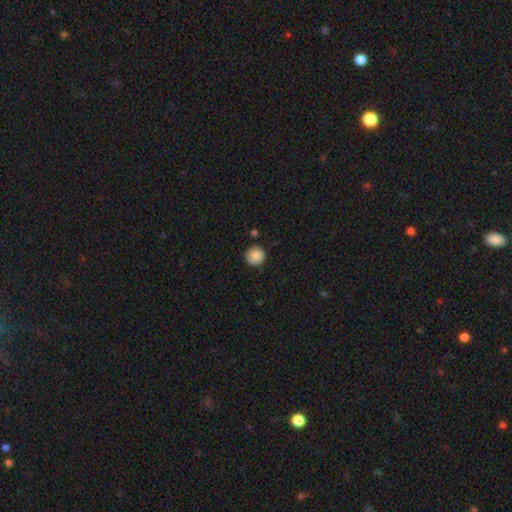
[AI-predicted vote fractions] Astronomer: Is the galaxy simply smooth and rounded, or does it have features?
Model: smooth — 88%.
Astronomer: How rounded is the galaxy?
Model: round — 95%.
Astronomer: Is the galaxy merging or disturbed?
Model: none — 88%.